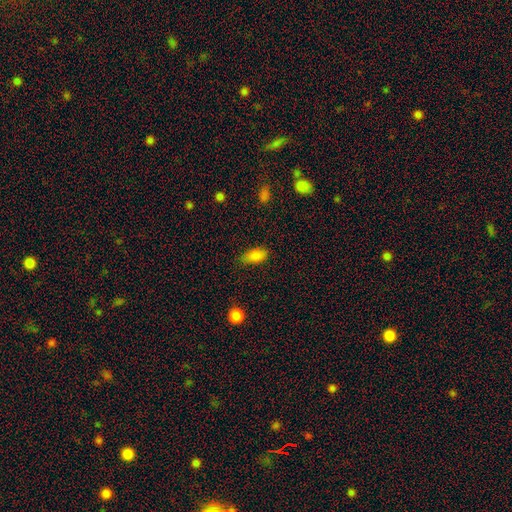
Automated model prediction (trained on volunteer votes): This is clearly a smooth galaxy (85%). How rounded: clearly in between (89%). Merging: likely none (77%).